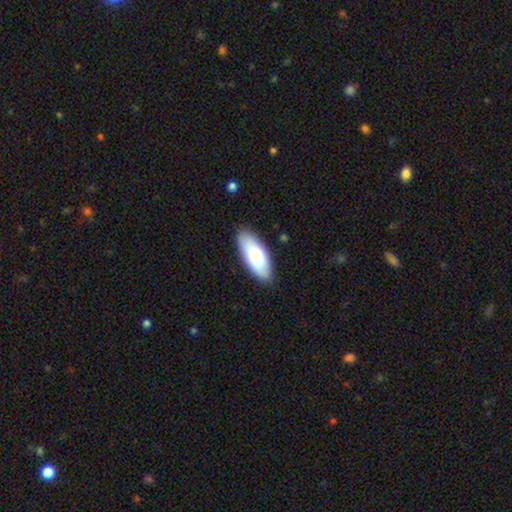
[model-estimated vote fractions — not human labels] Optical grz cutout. It shows a smooth galaxy with no disk features (75%) that is in between round and cigar-shaped (81%). Merging: none (85%).